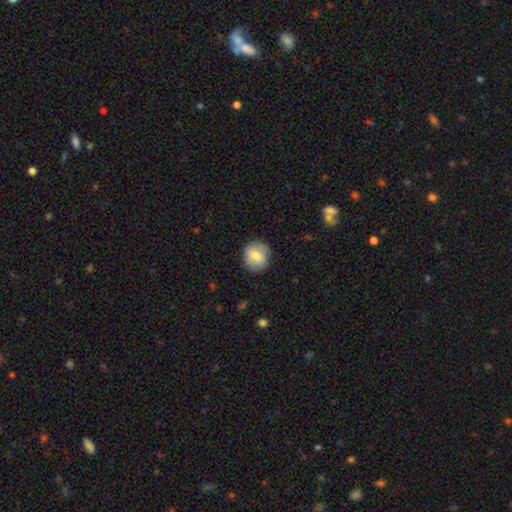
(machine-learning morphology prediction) smooth-or-featured: smooth: 75% | featured or disk: 18% | star or artifact: 7%
  how-rounded: round: 89% | in between: 10% | cigar-shaped: 1%
  merging: none: 86% | minor disturbance: 10% | major disturbance: 2% | merger: 1%